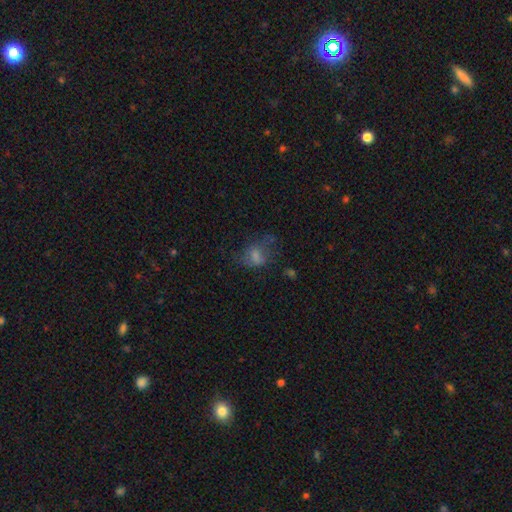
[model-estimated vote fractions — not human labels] Smooth or featured? smooth (59%)
How rounded? in between (69%)
Merging? none (40%)